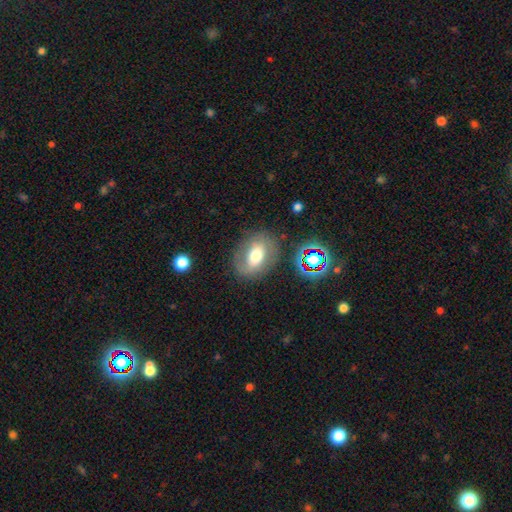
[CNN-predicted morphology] Smooth or featured?
  - smooth: 52% *
  - featured or disk: 37%
  - star or artifact: 11%
How rounded?
  - in between: 65% *
  - round: 33%
  - cigar-shaped: 2%
Merging?
  - none: 75% *
  - minor disturbance: 15%
  - major disturbance: 7%
  - merger: 3%